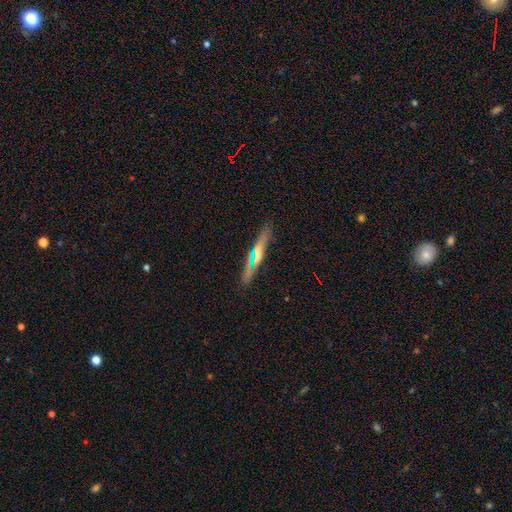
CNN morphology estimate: A smooth galaxy with no disk features (44%, tied with featured or disk).

Vote fractions:
- Smooth or featured? smooth: 44% (tied) / featured or disk: 44% (tied) / star or artifact: 12%
- Merging? none: 85% / minor disturbance: 10% / major disturbance: 3% / merger: 2%